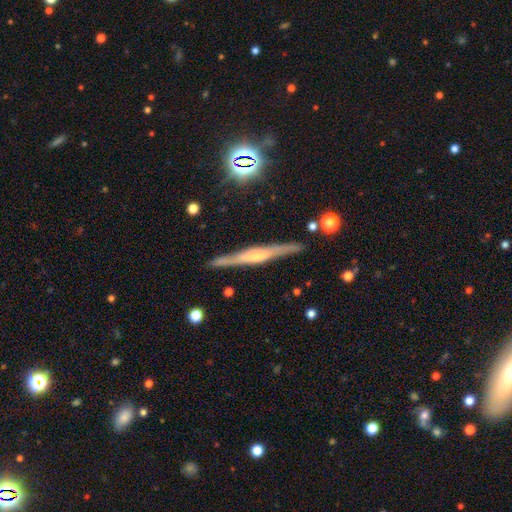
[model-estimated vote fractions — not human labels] A featured or disk galaxy (73%) viewed edge-on (97%) with a rounded central bulge (59%).

Vote fractions:
- Smooth or featured? featured or disk: 73% / smooth: 21% / star or artifact: 6%
- Edge-on disk? yes: 97% / no: 3%
- Edge-on bulge? rounded: 59% / boxy: 25% / none: 16%
- Merging? none: 88% / minor disturbance: 9% / major disturbance: 2% / merger: 2%